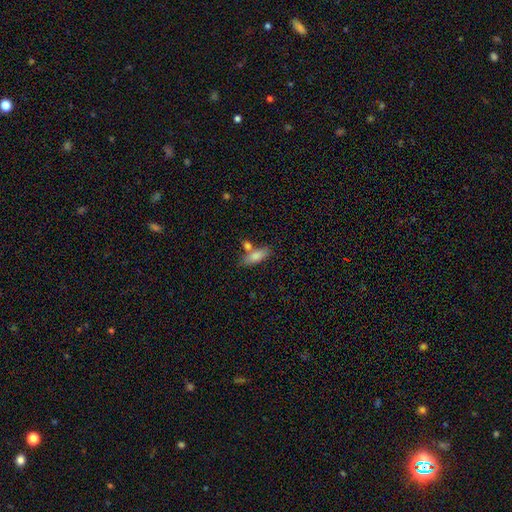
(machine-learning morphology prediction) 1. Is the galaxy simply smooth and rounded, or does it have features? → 79% smooth, 14% featured or disk, 7% star or artifact.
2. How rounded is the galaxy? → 66% in between, 31% cigar-shaped, 3% round.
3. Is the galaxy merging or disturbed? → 58% none, 24% merger, 14% minor disturbance, 4% major disturbance.